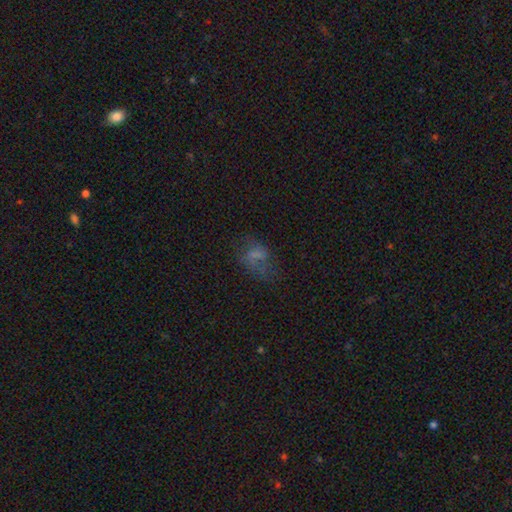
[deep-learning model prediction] This is possibly a smooth galaxy (49%). Merging: marginally none (44%).